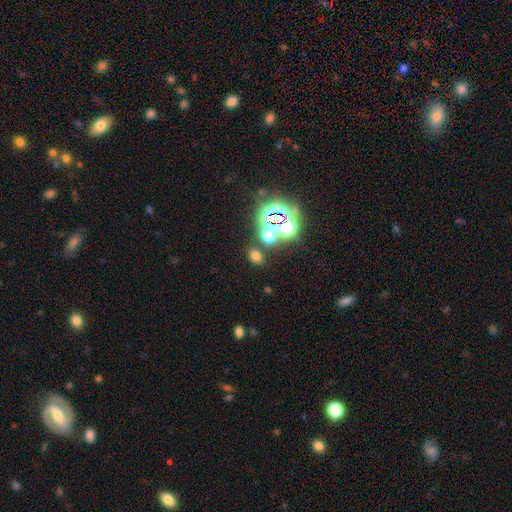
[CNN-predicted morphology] Overall: smooth (59%; star or artifact 34%). How rounded: in between (60%; round 38%). Merging: none (78%).